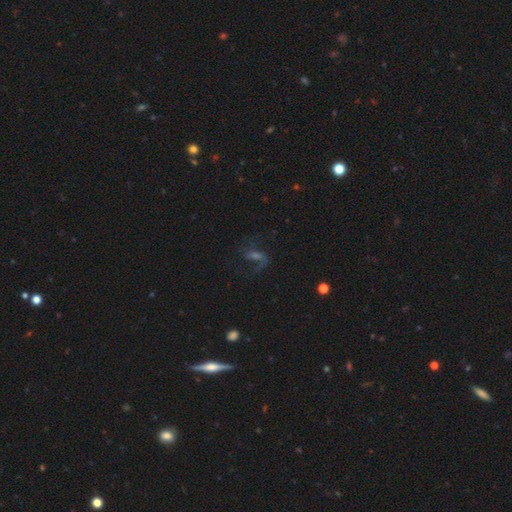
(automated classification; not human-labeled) Smooth or featured?
  - featured or disk: 68% *
  - star or artifact: 18%
  - smooth: 14%
Edge-on disk?
  - no: 92% *
  - yes: 8%
Bar?
  - weak: 43% *
  - no: 30%
  - strong: 28%
Spiral arms?
  - yes: 90% *
  - no: 10%
Spiral winding?
  - loose: 59% *
  - medium: 32%
  - tight: 9%
Spiral arm count?
  - 2: 77% *
  - 1: 13%
  - can't tell: 6%
  - 3: 2%
  - 4: 1%
  - more than 4: 1%
Bulge size?
  - small: 42% *
  - moderate: 29%
  - none: 20%
  - large: 6%
  - dominant: 2%
Merging?
  - none: 62% *
  - major disturbance: 20%
  - minor disturbance: 15%
  - merger: 3%